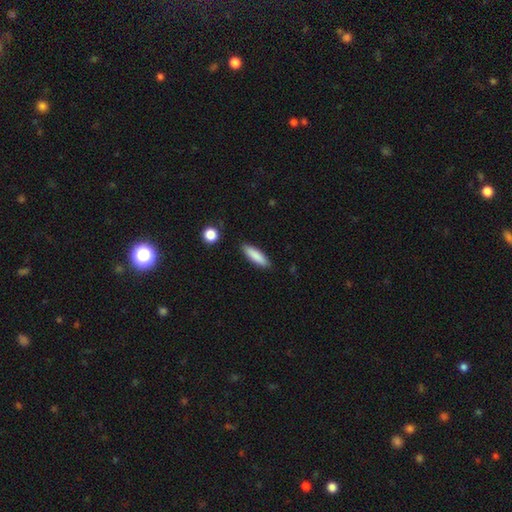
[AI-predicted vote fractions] Smooth or featured?
  - smooth: 85% *
  - featured or disk: 9%
  - star or artifact: 6%
How rounded?
  - cigar-shaped: 68% *
  - in between: 31%
  - round: 2%
Merging?
  - none: 88% *
  - minor disturbance: 9%
  - major disturbance: 2%
  - merger: 2%